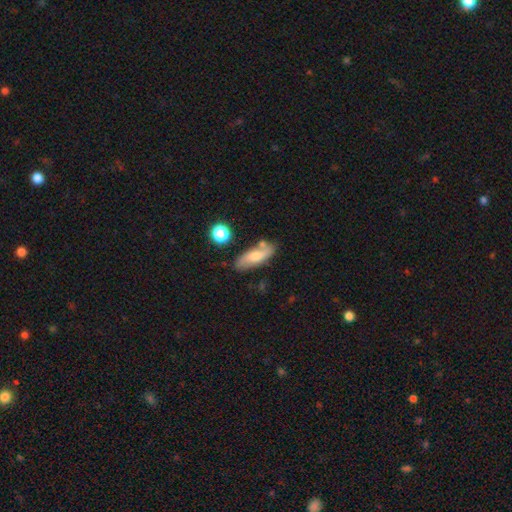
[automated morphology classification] smooth 61%, featured or disk 31%, star or artifact 8%. Down the decision tree: how rounded — in between (66%); merging — none (70%).